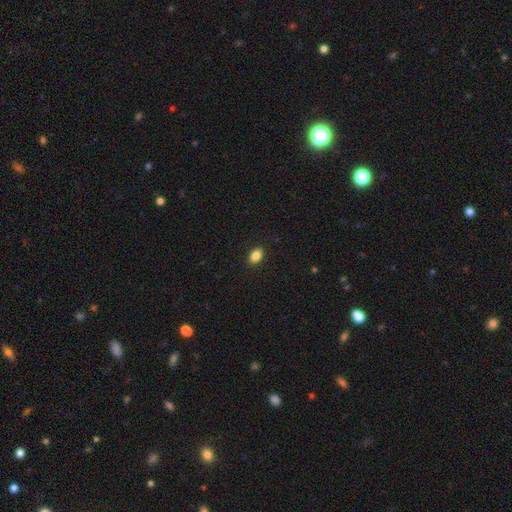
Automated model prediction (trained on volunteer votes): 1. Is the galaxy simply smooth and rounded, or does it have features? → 85% smooth, 8% star or artifact, 6% featured or disk.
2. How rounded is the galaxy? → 88% in between, 9% round, 3% cigar-shaped.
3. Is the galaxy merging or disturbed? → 90% none, 8% minor disturbance, 2% major disturbance, 1% merger.